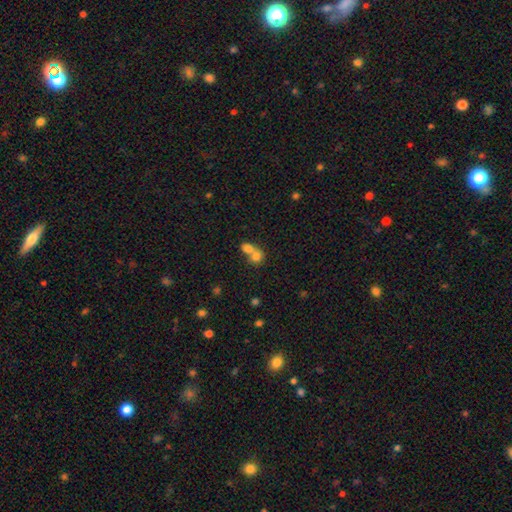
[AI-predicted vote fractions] This is likely a smooth galaxy (74%). How rounded: likely round (62%). Merging: likely merger (72%).